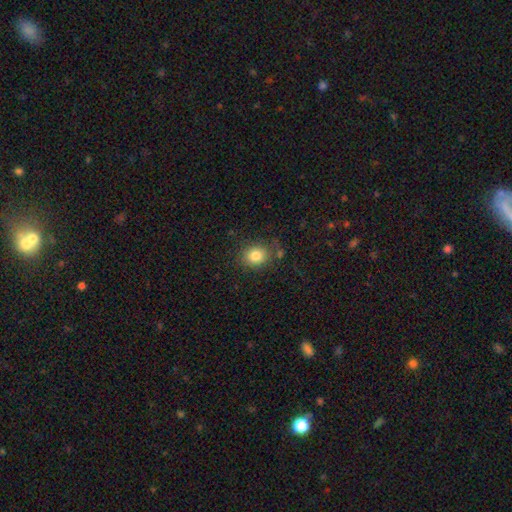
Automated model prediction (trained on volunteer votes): This appears to be a smooth galaxy with no disk features (82%) that is round (68%). Merging: none (76%).